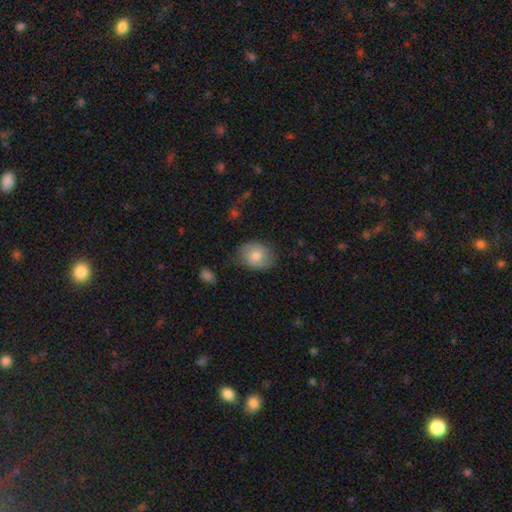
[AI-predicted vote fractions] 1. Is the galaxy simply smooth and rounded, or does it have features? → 72% smooth, 20% featured or disk, 7% star or artifact.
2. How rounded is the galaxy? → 58% in between, 41% round, 1% cigar-shaped.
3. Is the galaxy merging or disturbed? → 77% none, 17% minor disturbance, 4% major disturbance, 1% merger.